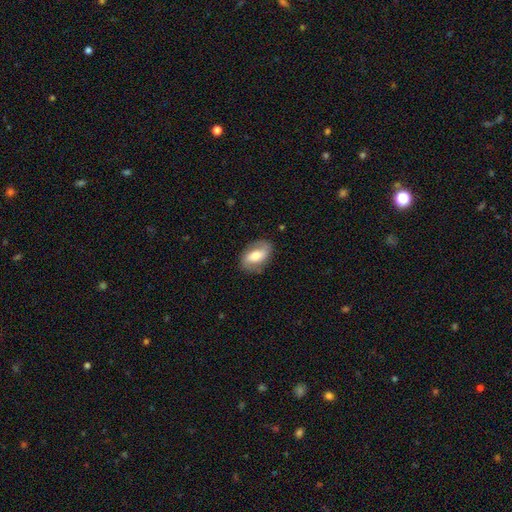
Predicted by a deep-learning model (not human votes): smooth_or_featured: featured or disk (p=0.53) [alt: smooth p=0.41]
disk_edge_on: no (p=0.93) [alt: yes p=0.07]
merging: none (p=0.80) [alt: minor disturbance p=0.14]